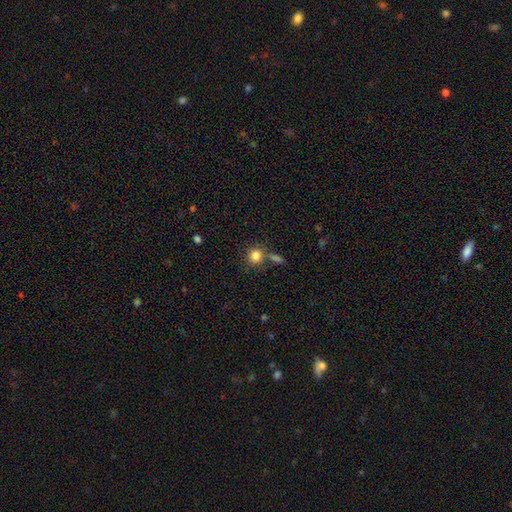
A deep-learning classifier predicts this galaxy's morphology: A smooth galaxy with no disk features (83%) that is round (86%). Merging: none (69%).